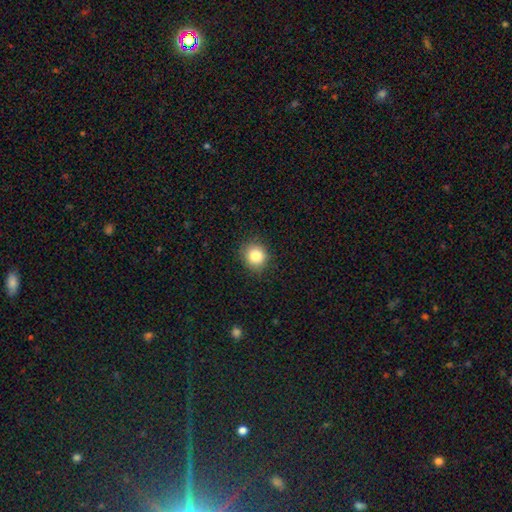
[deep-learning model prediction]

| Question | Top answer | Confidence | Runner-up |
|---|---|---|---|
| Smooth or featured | smooth | 83% | star or artifact (11%) |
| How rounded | round | 88% | in between (11%) |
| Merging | none | 87% | minor disturbance (10%) |